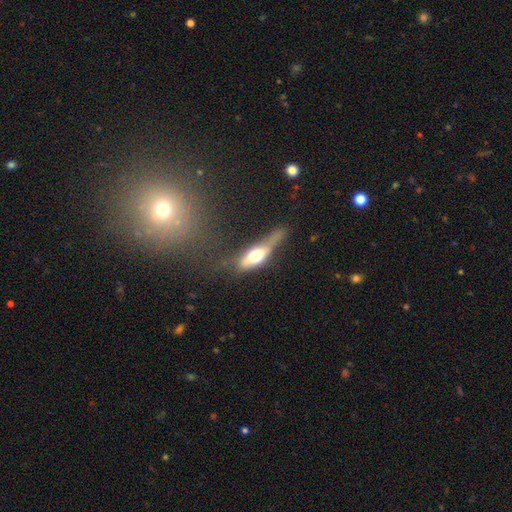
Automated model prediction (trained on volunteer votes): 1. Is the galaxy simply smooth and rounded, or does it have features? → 53% smooth, 40% featured or disk, 7% star or artifact.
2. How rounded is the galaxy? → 54% in between, 41% cigar-shaped, 4% round.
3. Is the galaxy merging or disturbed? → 33% none, 32% minor disturbance, 28% major disturbance, 7% merger.